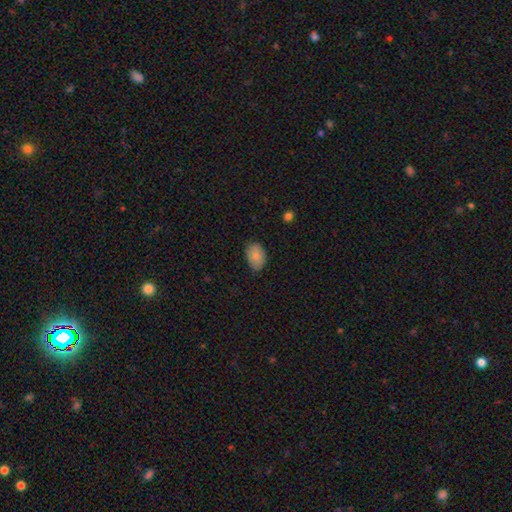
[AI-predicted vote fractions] This is clearly a smooth galaxy (84%). How rounded: clearly in between (85%). Merging: likely none (76%).